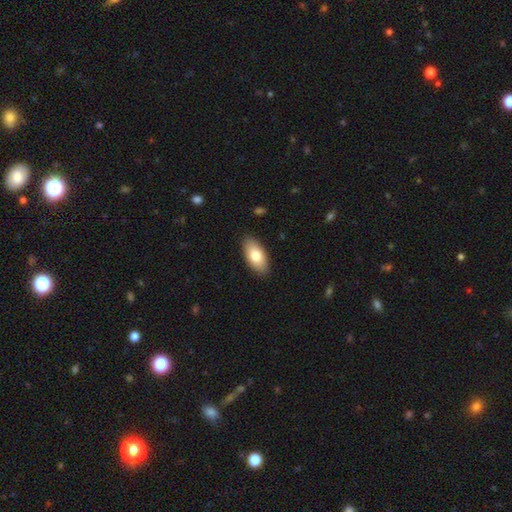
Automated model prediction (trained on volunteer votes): This appears to be a smooth galaxy with no disk features (79%) that is in between round and cigar-shaped (92%). Merging: none (88%).